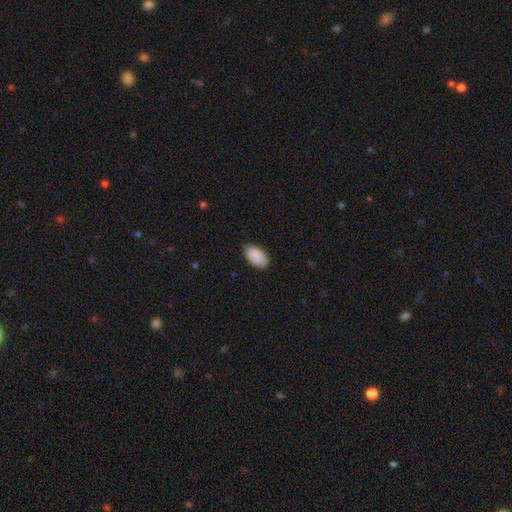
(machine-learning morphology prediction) A smooth galaxy with no disk features (89%) that is in between round and cigar-shaped (93%). Merging: none (76%).